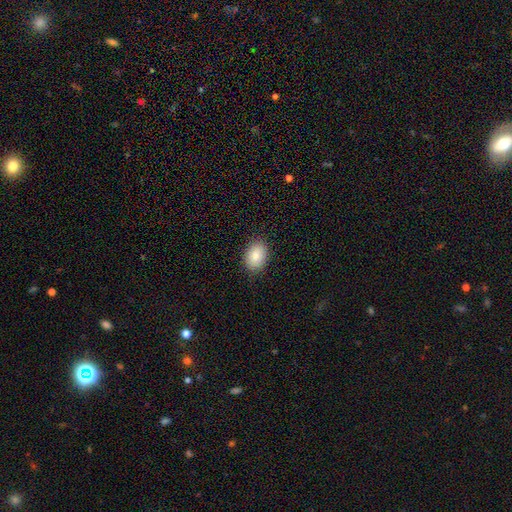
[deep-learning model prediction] A smooth galaxy with no disk features (87%) that is in between round and cigar-shaped (80%).

Vote fractions:
- Smooth or featured? smooth: 87% / star or artifact: 7% / featured or disk: 6%
- How rounded? in between: 80% / round: 19% / cigar-shaped: 1%
- Merging? none: 87% / minor disturbance: 9% / major disturbance: 2% / merger: 1%